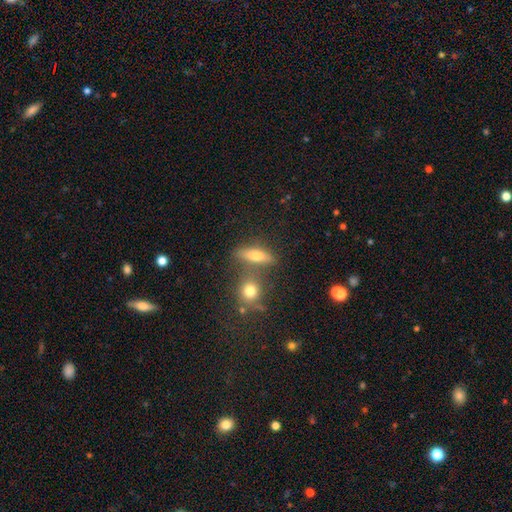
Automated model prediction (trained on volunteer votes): Smooth or featured? Predicted: smooth (p=0.59). How rounded? Predicted: in between (p=0.44). Merging? Predicted: none (p=0.65).